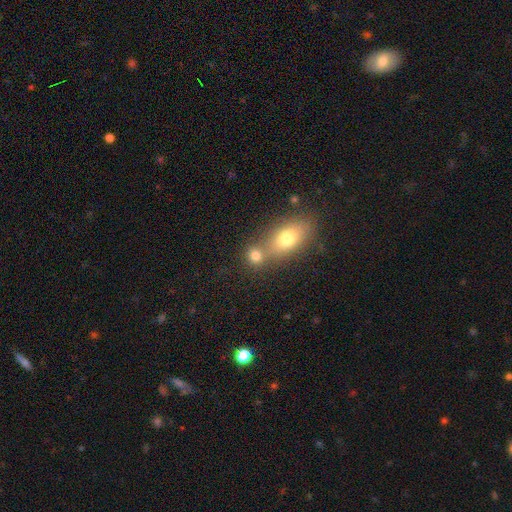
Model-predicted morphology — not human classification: Q: Smooth or featured?
A: smooth (78%); runner-up: star or artifact (12%)
Q: How rounded?
A: round (67%); runner-up: in between (30%)
Q: Merging?
A: none (47%); runner-up: merger (42%)